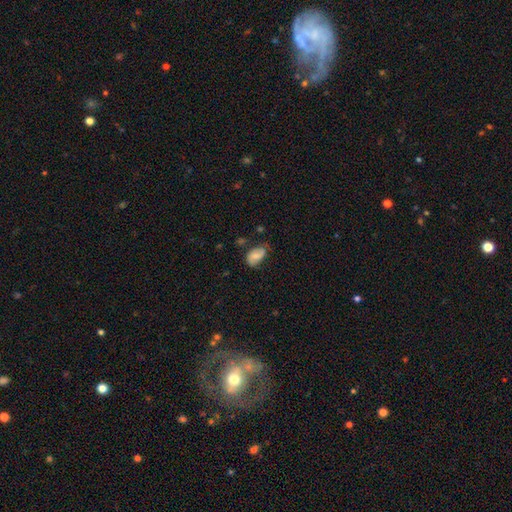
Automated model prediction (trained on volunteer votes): smooth_or_featured: smooth (p=0.60) [alt: featured or disk p=0.32]
how_rounded: in between (p=0.88) [alt: round p=0.10]
merging: none (p=0.53) [alt: minor disturbance p=0.34]